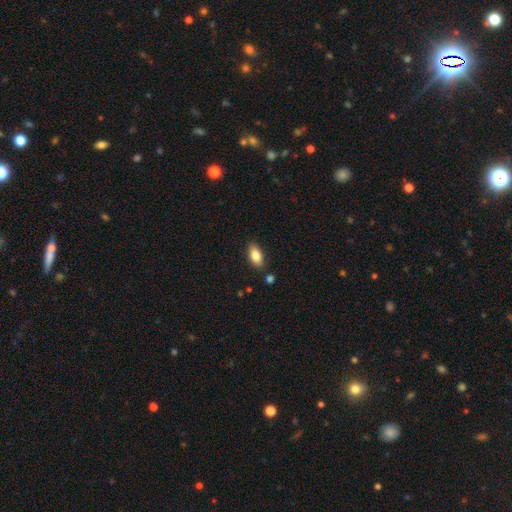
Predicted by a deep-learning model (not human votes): Smooth or featured: smooth — 81% (featured or disk — 11%)
How rounded: in between — 89% (cigar-shaped — 8%)
Merging: none — 84% (minor disturbance — 11%)